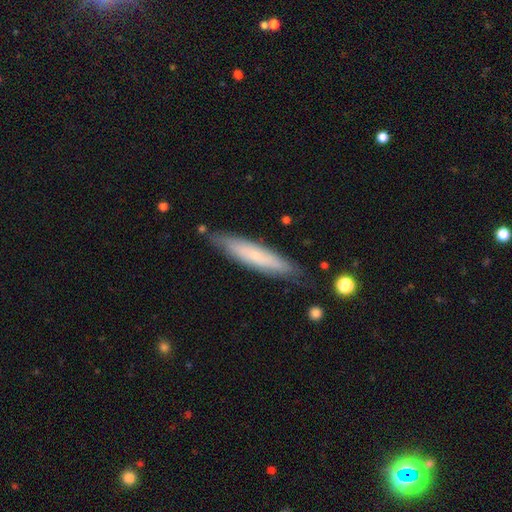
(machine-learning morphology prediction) type=smooth (57%); roundness=cigar-shaped (87%); merging=none (80%).